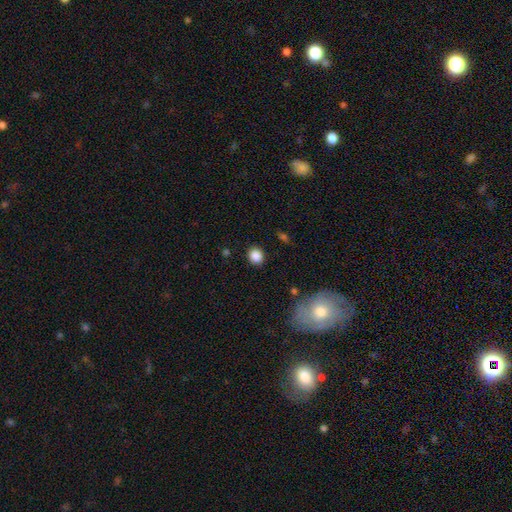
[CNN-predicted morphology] Smooth or featured: smooth — 87% (star or artifact — 10%)
How rounded: round — 76% (in between — 23%)
Merging: none — 88% (minor disturbance — 7%)